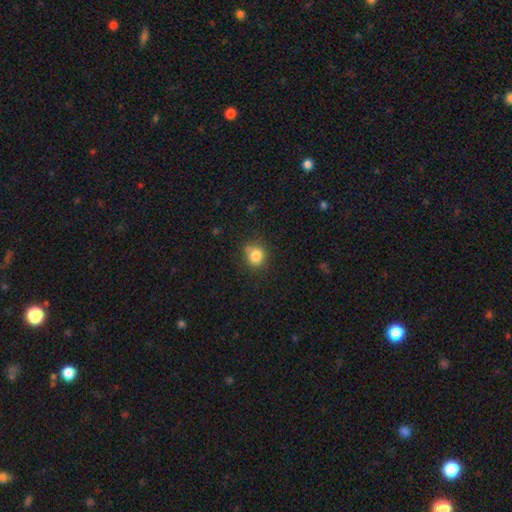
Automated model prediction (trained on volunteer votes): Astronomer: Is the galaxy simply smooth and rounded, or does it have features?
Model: smooth — 83%.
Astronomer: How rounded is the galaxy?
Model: round — 82%.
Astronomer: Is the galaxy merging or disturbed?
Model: none — 74%.